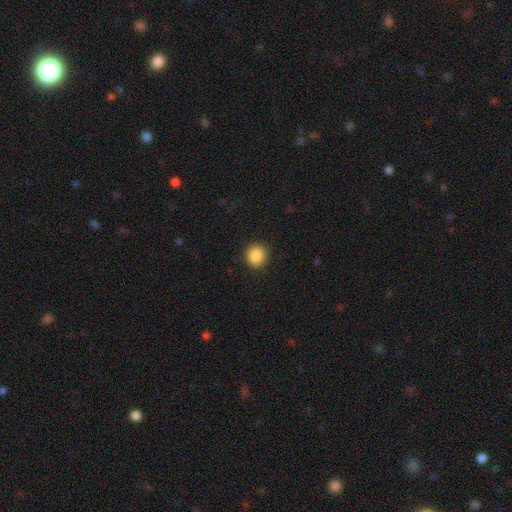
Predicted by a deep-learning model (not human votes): Q: Smooth or featured?
A: smooth (88%); runner-up: star or artifact (9%)
Q: How rounded?
A: round (86%); runner-up: in between (14%)
Q: Merging?
A: none (90%); runner-up: minor disturbance (7%)